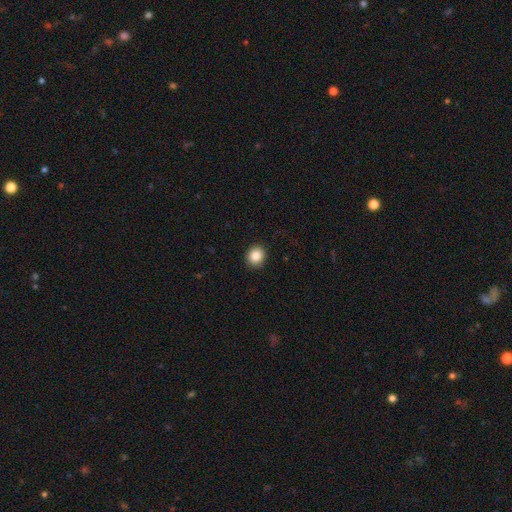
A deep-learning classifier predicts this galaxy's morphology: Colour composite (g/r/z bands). It shows a smooth galaxy with no disk features (87%) that is round (84%). Merging: none (91%).